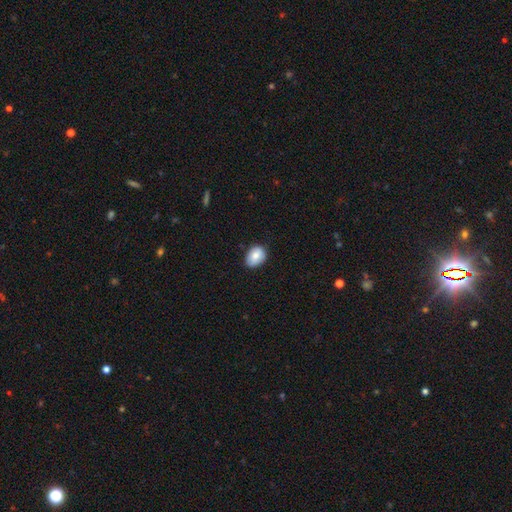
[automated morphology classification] Q: Smooth or featured?
A: smooth (80%); runner-up: featured or disk (12%)
Q: How rounded?
A: in between (72%); runner-up: round (27%)
Q: Merging?
A: none (78%); runner-up: minor disturbance (18%)